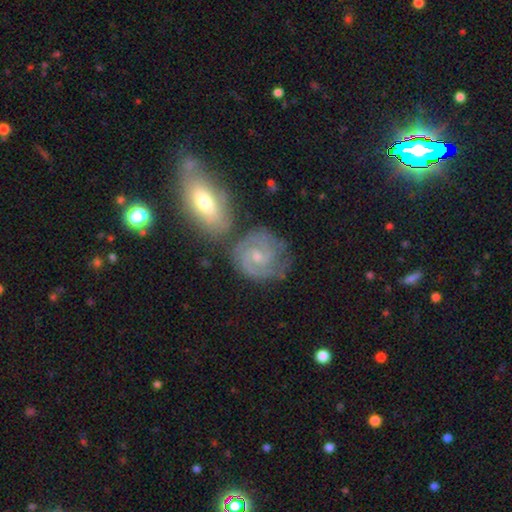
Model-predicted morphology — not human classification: smooth_or_featured: featured or disk (p=0.82) [alt: smooth p=0.13]
disk_edge_on: no (p=0.97) [alt: yes p=0.03]
bar: no (p=0.56) [alt: weak p=0.37]
has_spiral_arms: yes (p=0.95) [alt: no p=0.05]
spiral_winding: tight (p=0.60) [alt: medium p=0.33]
spiral_arm_count: 2 (p=0.65) [alt: can't tell p=0.15]
bulge_size: small (p=0.62) [alt: moderate p=0.32]
merging: none (p=0.62) [alt: minor disturbance p=0.17]